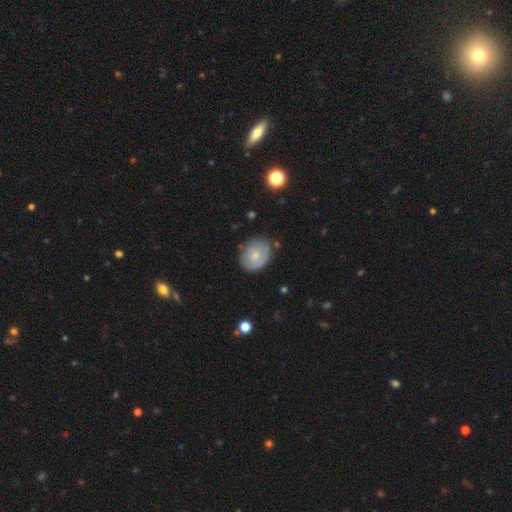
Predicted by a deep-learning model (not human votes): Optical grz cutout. It shows a smooth galaxy with no disk features (62%) that is round (62%). Merging: none (74%).